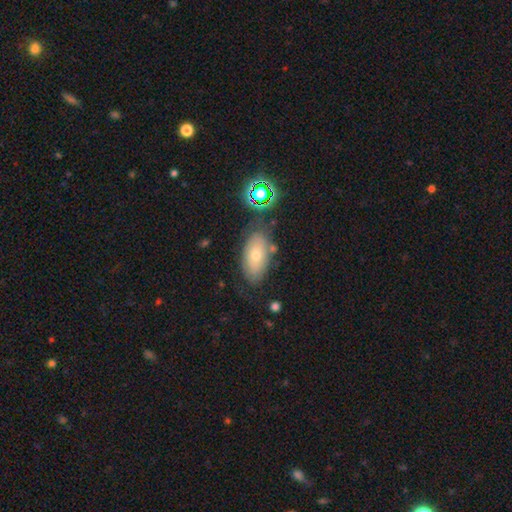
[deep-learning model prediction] Smooth or featured: smooth — 61% (featured or disk — 26%)
How rounded: in between — 90% (round — 5%)
Merging: none — 73% (minor disturbance — 16%)